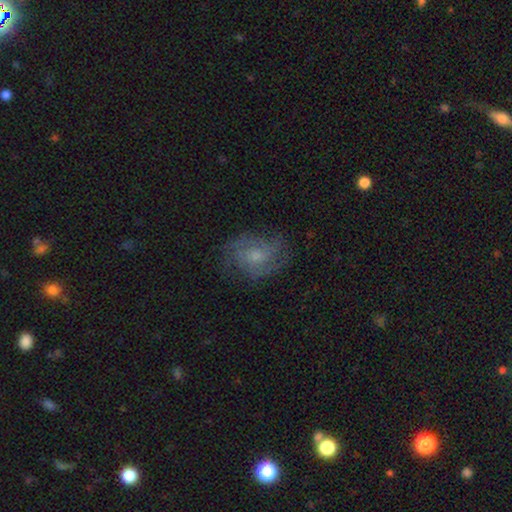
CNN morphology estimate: Q: Smooth or featured?
A: featured or disk (65%); runner-up: smooth (26%)
Q: Edge-on disk?
A: no (97%); runner-up: yes (3%)
Q: Bar?
A: no (69%); runner-up: weak (28%)
Q: Spiral arms?
A: yes (88%); runner-up: no (12%)
Q: Spiral winding?
A: tight (43%); runner-up: medium (42%)
Q: Spiral arm count?
A: can't tell (33%); runner-up: 2 (30%)
Q: Bulge size?
A: moderate (46%); runner-up: small (41%)
Q: Merging?
A: none (70%); runner-up: minor disturbance (19%)